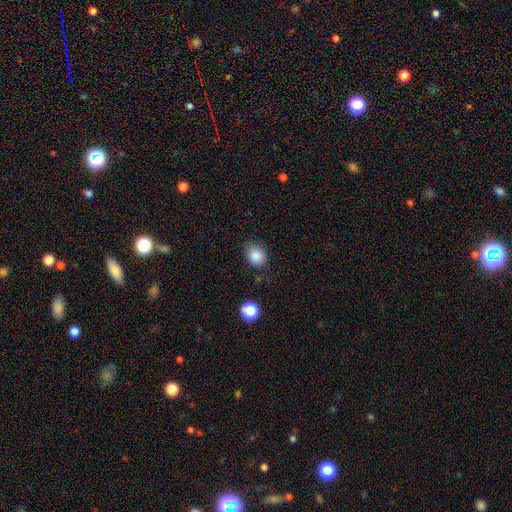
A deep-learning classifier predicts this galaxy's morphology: A smooth galaxy with no disk features (85%) that is in between round and cigar-shaped (51%).

Vote fractions:
- Smooth or featured? smooth: 85% / star or artifact: 10% / featured or disk: 5%
- How rounded? in between: 51% / round: 48% / cigar-shaped: 1%
- Merging? none: 75% / minor disturbance: 18% / major disturbance: 4% / merger: 3%